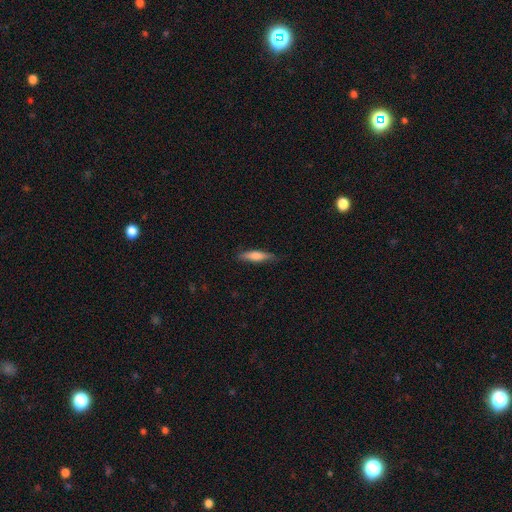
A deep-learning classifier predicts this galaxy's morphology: This is likely a smooth galaxy (70%). How rounded: likely cigar-shaped (76%). Merging: clearly none (82%).